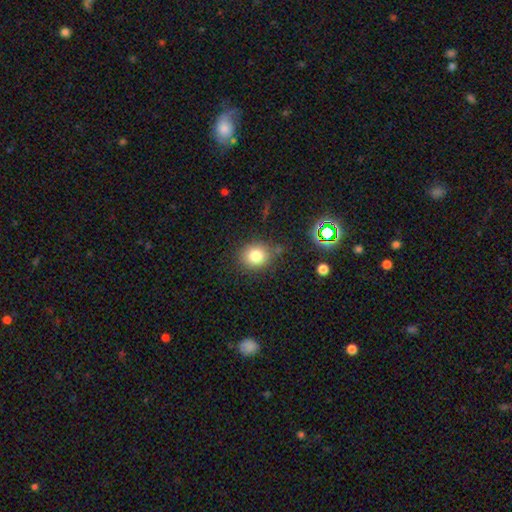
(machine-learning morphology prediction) smooth-or-featured: smooth: 79% | star or artifact: 13% | featured or disk: 8%
  how-rounded: round: 77% | in between: 22% | cigar-shaped: 1%
  merging: none: 76% | minor disturbance: 15% | merger: 4% | major disturbance: 4%